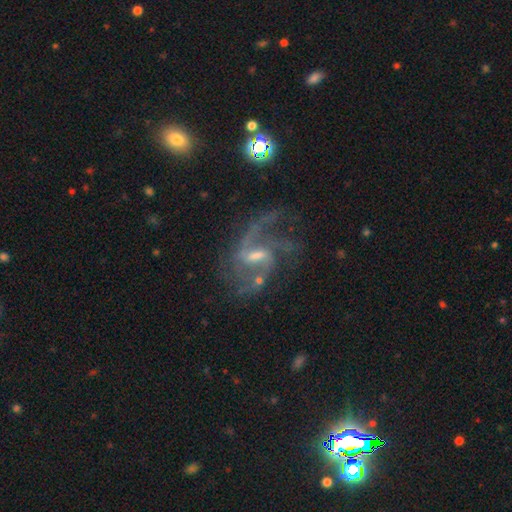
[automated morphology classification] A featured or disk galaxy (87%) with a weak bar (59%), 2 (56%) loose (50%) spiral arms (95%) and a small central bulge (42%). Merging: none (51%).